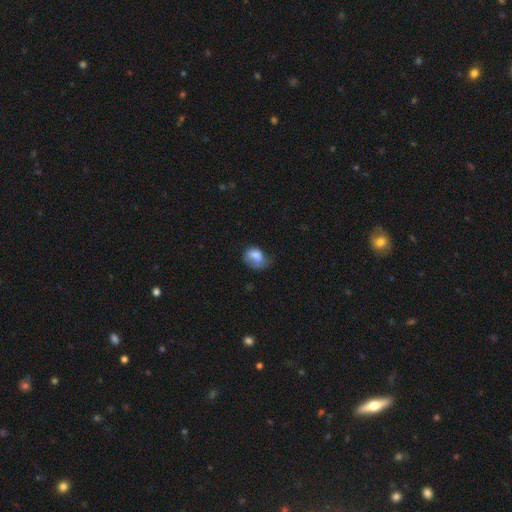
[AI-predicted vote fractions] Overall: smooth (74%). How rounded: in between (64%; round 35%). Merging: minor disturbance (34%; none 32%).